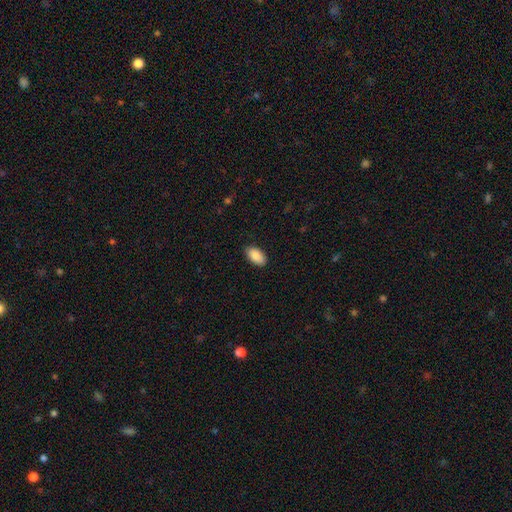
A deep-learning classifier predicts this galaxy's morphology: type=smooth (90%); roundness=in between (95%); merging=none (88%).